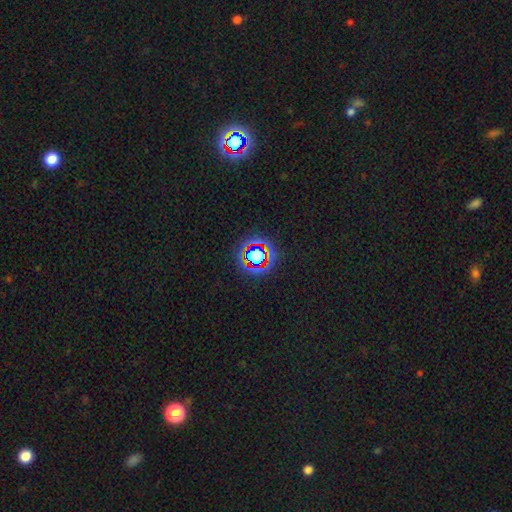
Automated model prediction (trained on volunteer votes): This appears to be a star or artifact, not a galaxy (61%).